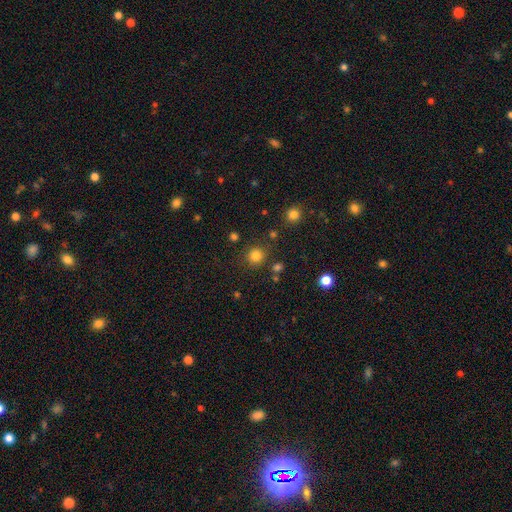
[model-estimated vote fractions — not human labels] Smooth or featured? Predicted: smooth (p=0.81). How rounded? Predicted: round (p=0.92). Merging? Predicted: none (p=0.86).